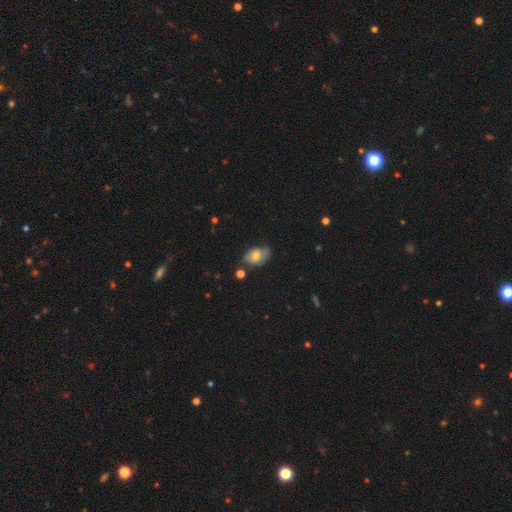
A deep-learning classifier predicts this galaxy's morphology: Overall: smooth (67%). How rounded: in between (85%). Merging: none (63%; minor disturbance 27%).